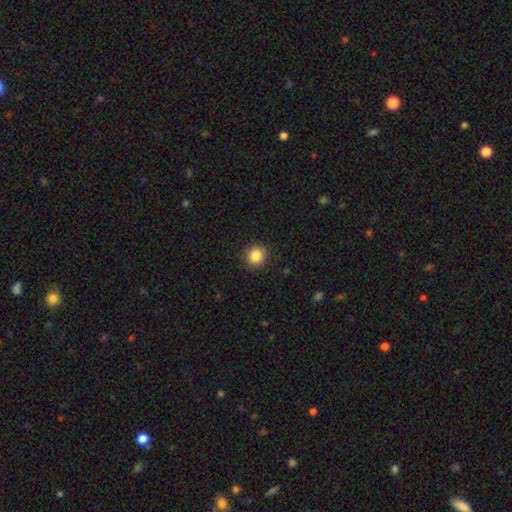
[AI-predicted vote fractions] Smooth or featured? Predicted: smooth (p=0.85). How rounded? Predicted: round (p=0.92). Merging? Predicted: none (p=0.90).